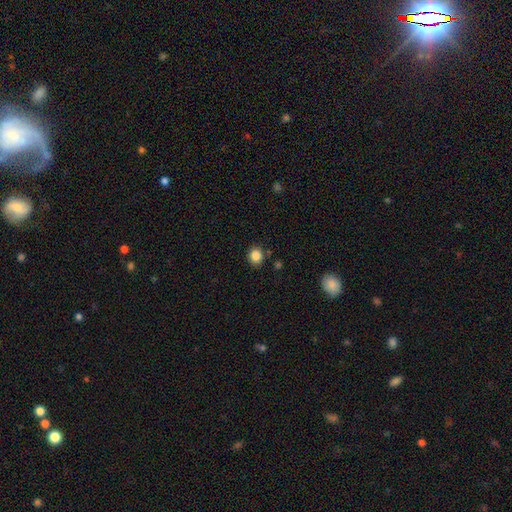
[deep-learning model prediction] Smooth or featured?
  - smooth: 85% *
  - star or artifact: 11%
  - featured or disk: 5%
How rounded?
  - round: 72% *
  - in between: 28%
  - cigar-shaped: 1%
Merging?
  - none: 86% *
  - minor disturbance: 9%
  - merger: 3%
  - major disturbance: 2%